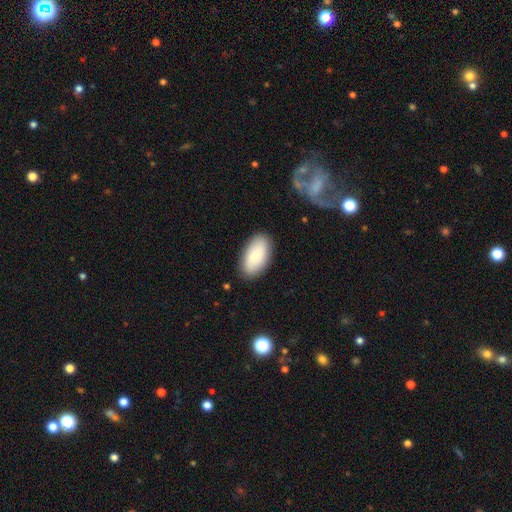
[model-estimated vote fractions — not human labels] smooth 78%, featured or disk 16%, star or artifact 6%. Down the decision tree: how rounded — in between (95%); merging — none (87%).